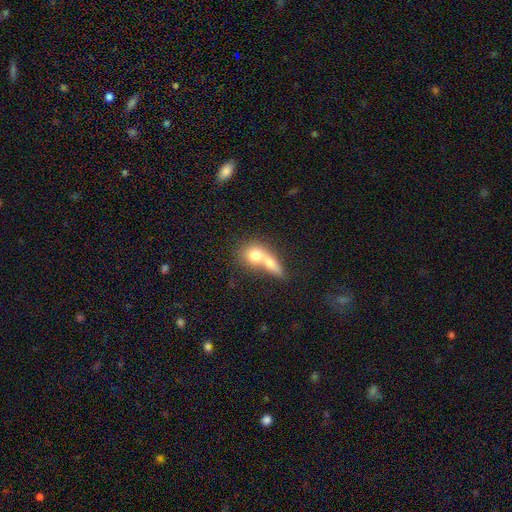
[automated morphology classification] Q: Smooth or featured?
A: smooth (71%); runner-up: featured or disk (21%)
Q: How rounded?
A: round (58%); runner-up: in between (36%)
Q: Merging?
A: merger (71%); runner-up: none (19%)